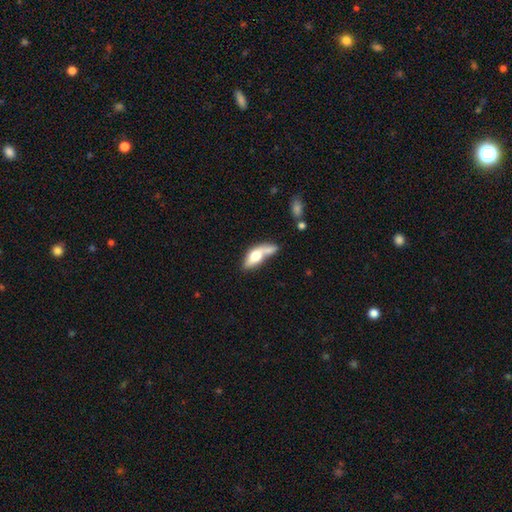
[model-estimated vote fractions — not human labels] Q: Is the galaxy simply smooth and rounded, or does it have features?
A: smooth — 62%.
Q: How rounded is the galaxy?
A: in between — 67%.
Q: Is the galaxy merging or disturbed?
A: merger — 43%.